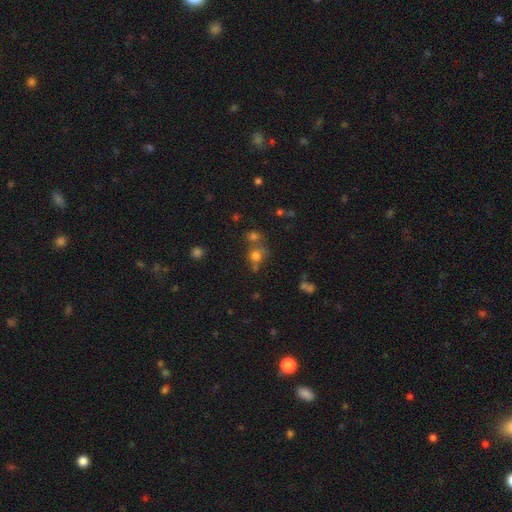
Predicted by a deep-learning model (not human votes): Smooth or featured? Predicted: smooth (p=0.72). How rounded? Predicted: round (p=0.81). Merging? Predicted: none (p=0.53).